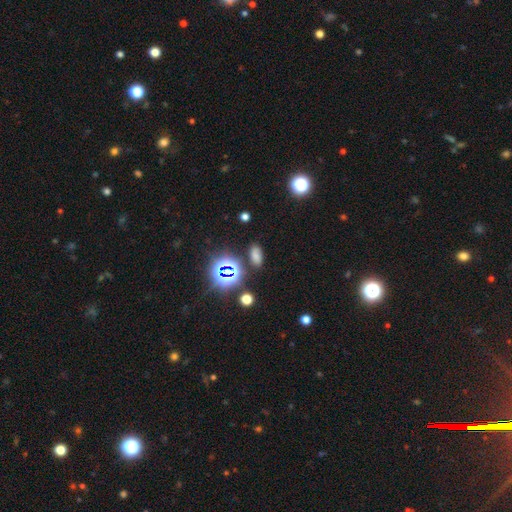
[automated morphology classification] A smooth galaxy with no disk features (63%) that is in between round and cigar-shaped (86%).

Vote fractions:
- Smooth or featured? smooth: 63% / star or artifact: 30% / featured or disk: 7%
- How rounded? in between: 86% / round: 8% / cigar-shaped: 6%
- Merging? none: 81% / minor disturbance: 12% / merger: 4% / major disturbance: 4%